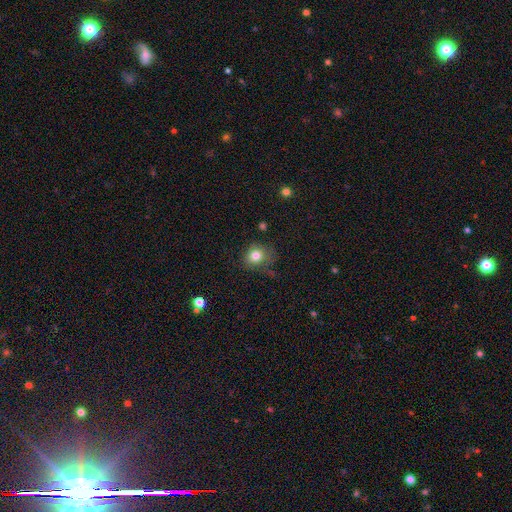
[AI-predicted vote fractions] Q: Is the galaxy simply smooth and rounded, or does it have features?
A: smooth — 80%.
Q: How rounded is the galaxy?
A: round — 72%.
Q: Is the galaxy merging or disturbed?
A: none — 66%.